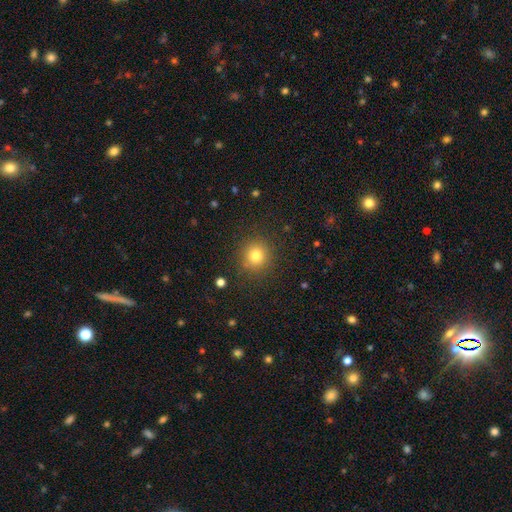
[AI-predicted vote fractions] Smooth or featured? smooth (79%)
How rounded? round (91%)
Merging? none (88%)